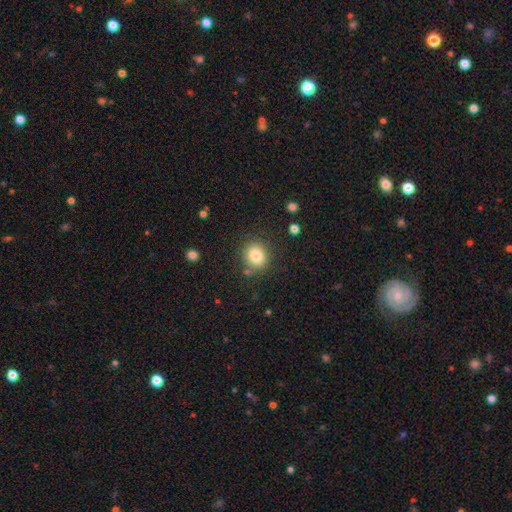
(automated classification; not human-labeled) Morphology: type=smooth (82%); roundness=round (77%); merging=none (82%).